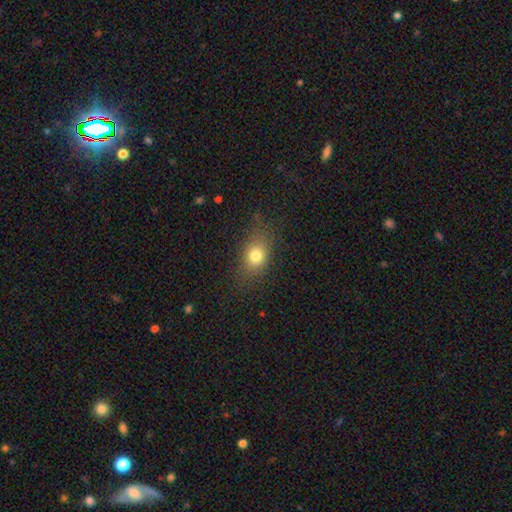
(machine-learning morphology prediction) The model was most divided on "how rounded": in between: 61%, round: 36%, cigar-shaped: 3%. More confident: merging — none (78%); smooth or featured — smooth (77%).